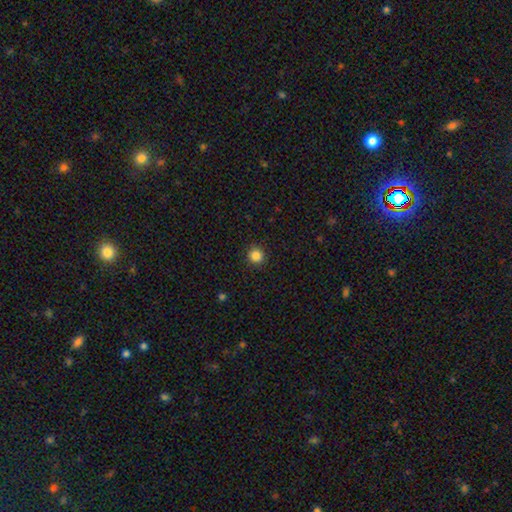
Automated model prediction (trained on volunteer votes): Q: Smooth or featured?
A: smooth (85%); runner-up: star or artifact (11%)
Q: How rounded?
A: round (95%); runner-up: in between (4%)
Q: Merging?
A: none (92%); runner-up: minor disturbance (5%)